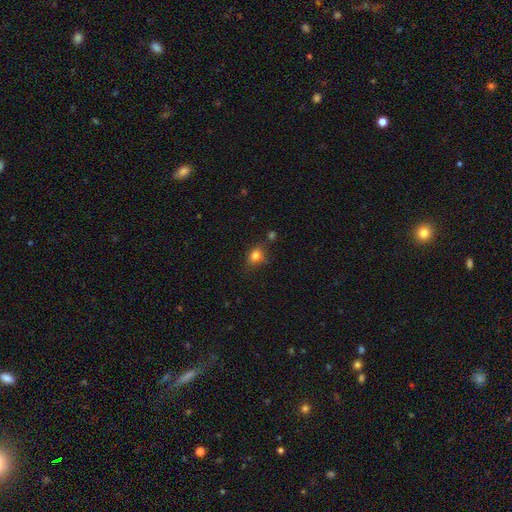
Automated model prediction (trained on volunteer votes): Morphology: type=smooth (79%); roundness=in between (52%); merging=none (71%).